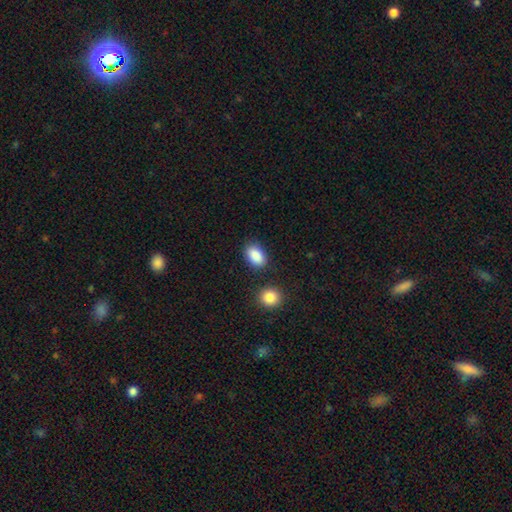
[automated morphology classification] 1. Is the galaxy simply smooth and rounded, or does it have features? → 89% smooth, 7% star or artifact, 4% featured or disk.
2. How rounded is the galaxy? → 88% in between, 10% round, 2% cigar-shaped.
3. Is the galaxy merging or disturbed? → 81% none, 11% minor disturbance, 6% merger, 3% major disturbance.